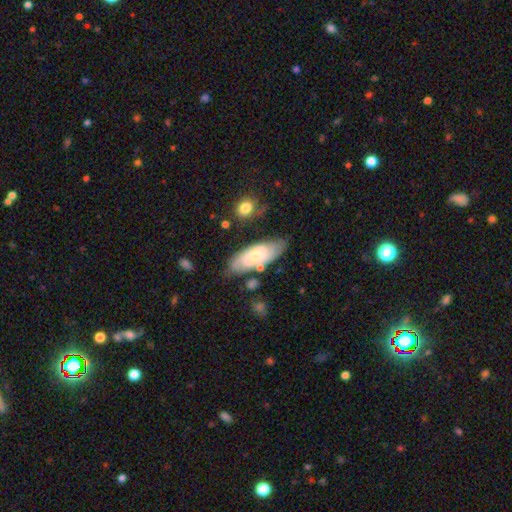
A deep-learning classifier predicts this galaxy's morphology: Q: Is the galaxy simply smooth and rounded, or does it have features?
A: featured or disk — 53%.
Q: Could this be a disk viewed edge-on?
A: no — 84%.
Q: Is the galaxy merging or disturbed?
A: none — 68%.